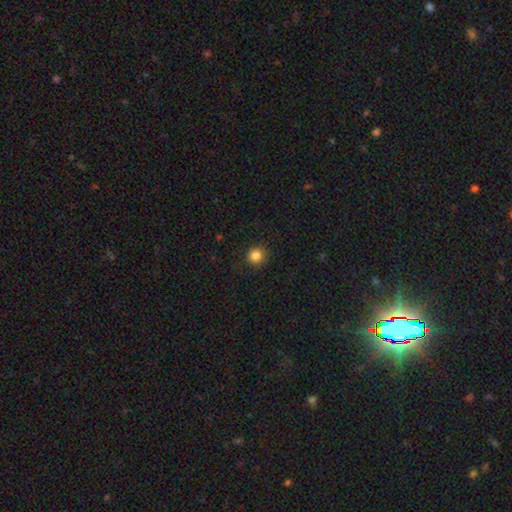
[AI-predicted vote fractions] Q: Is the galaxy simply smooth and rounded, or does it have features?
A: smooth — 85%.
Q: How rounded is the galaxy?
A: round — 94%.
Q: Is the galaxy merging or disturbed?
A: none — 91%.